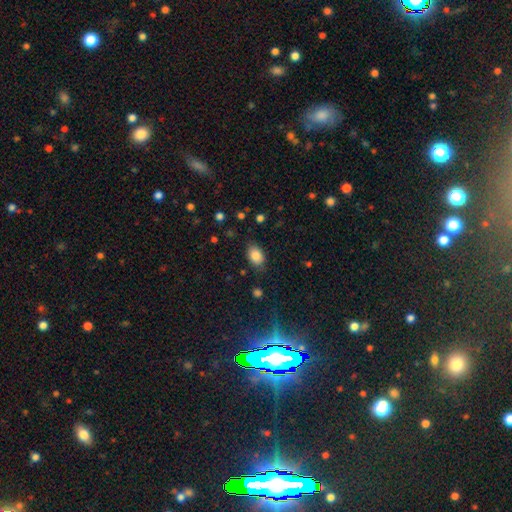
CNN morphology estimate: Smooth or featured? smooth (85%)
How rounded? in between (83%)
Merging? none (79%)